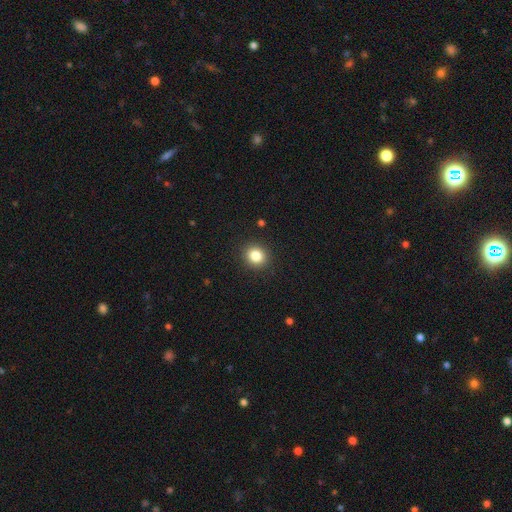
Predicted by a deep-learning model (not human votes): smooth 84%, star or artifact 11%, featured or disk 5%. Down the decision tree: how rounded — round (83%); merging — none (91%).